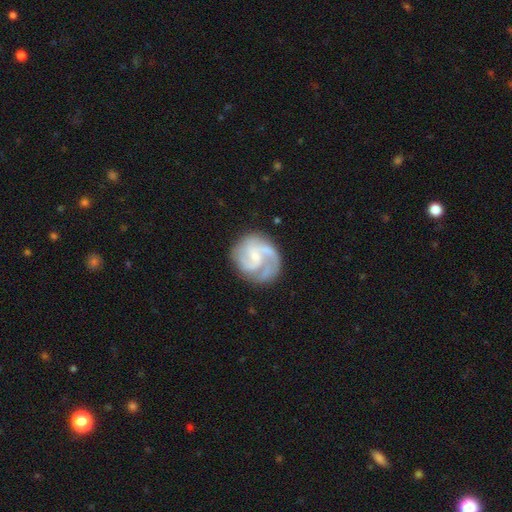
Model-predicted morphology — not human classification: Overall: featured or disk (83%). Edge-on disk: no (98%). Bar: weak (46%; no 45%). Spiral arms: yes (96%). Spiral arm count: 2 (40%; 3 31%). Spiral winding: medium (48%; tight 37%). Bulge size: small (52%; moderate 29%). Merging: none (69%).